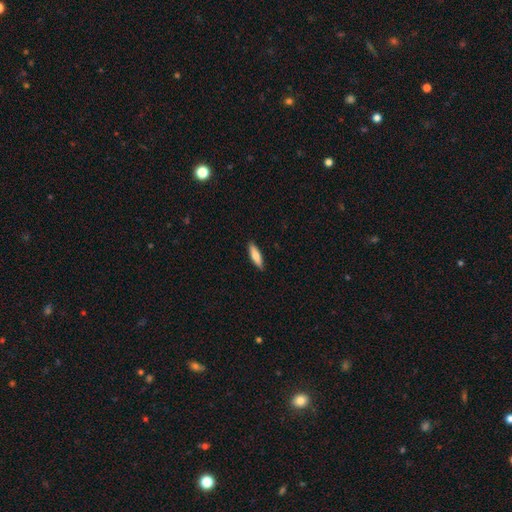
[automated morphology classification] smooth-or-featured: smooth: 72% | featured or disk: 22% | star or artifact: 6%
  how-rounded: cigar-shaped: 67% | in between: 31% | round: 2%
  merging: none: 90% | minor disturbance: 8% | major disturbance: 2% | merger: 1%